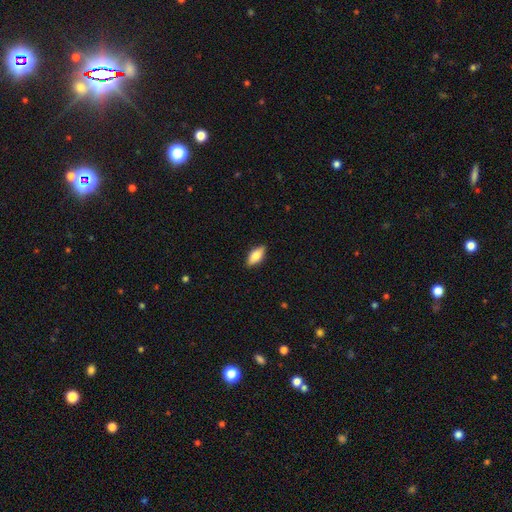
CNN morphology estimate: Smooth or featured: smooth — 74% (featured or disk — 20%)
How rounded: in between — 82% (cigar-shaped — 16%)
Merging: none — 88% (minor disturbance — 9%)